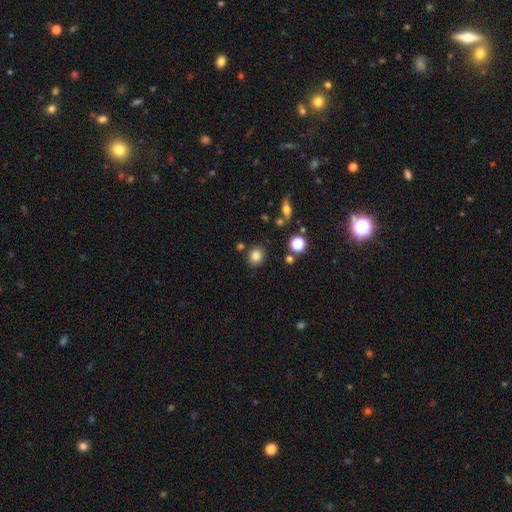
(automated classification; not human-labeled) Smooth or featured?
  - smooth: 81% *
  - star or artifact: 12%
  - featured or disk: 7%
How rounded?
  - round: 78% *
  - in between: 21%
  - cigar-shaped: 1%
Merging?
  - none: 85% *
  - minor disturbance: 8%
  - merger: 4%
  - major disturbance: 3%